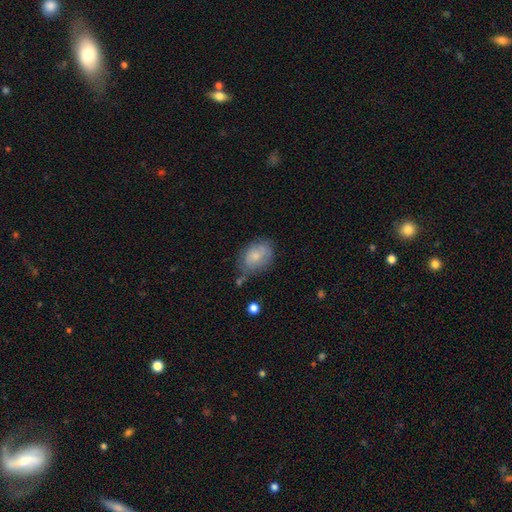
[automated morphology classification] This is likely a smooth galaxy (72%). How rounded: likely in between (77%). Merging: possibly none (56%).